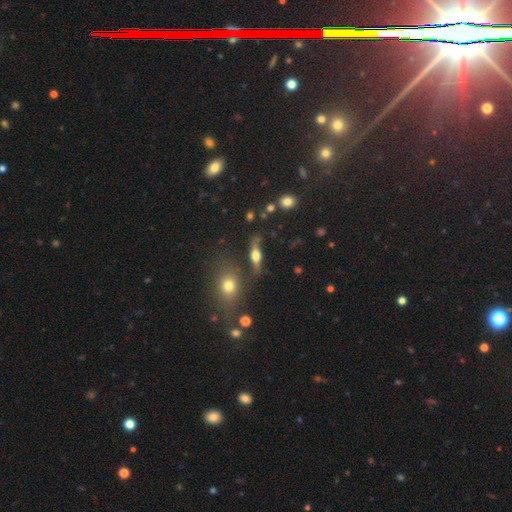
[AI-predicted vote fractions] Smooth or featured? featured or disk (47%)
Merging? none (67%)